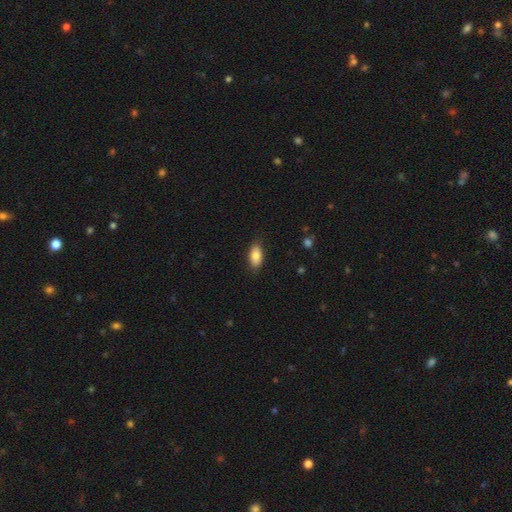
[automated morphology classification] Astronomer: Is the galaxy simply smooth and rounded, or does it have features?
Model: smooth — 82%.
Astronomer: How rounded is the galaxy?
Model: in between — 91%.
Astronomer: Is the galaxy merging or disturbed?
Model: none — 84%.